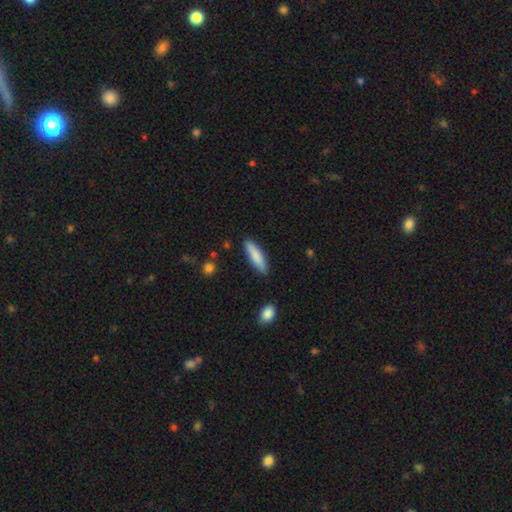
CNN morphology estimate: smooth_or_featured: smooth (p=0.80) [alt: featured or disk p=0.14]
how_rounded: cigar-shaped (p=0.77) [alt: in between p=0.21]
merging: none (p=0.87) [alt: minor disturbance p=0.10]